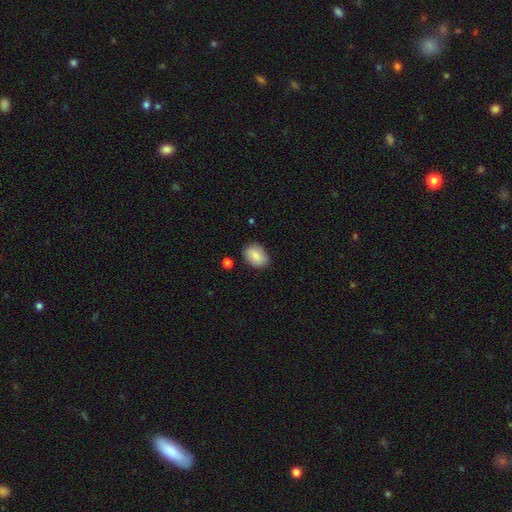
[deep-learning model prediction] smooth 85%, featured or disk 8%, star or artifact 7%. Down the decision tree: how rounded — in between (78%); merging — none (83%).